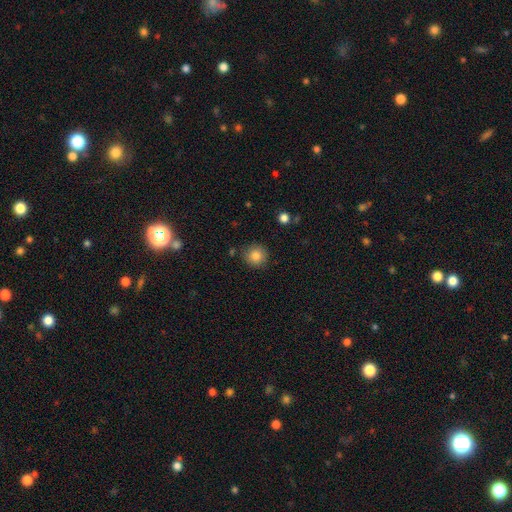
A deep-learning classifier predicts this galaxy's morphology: Smooth or featured? Predicted: smooth (p=0.85). How rounded? Predicted: round (p=0.93). Merging? Predicted: none (p=0.87).